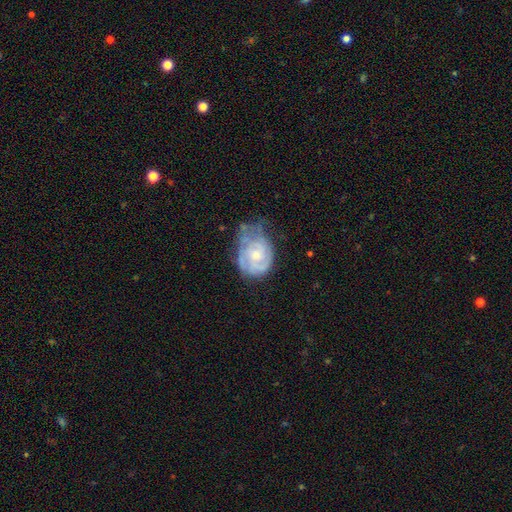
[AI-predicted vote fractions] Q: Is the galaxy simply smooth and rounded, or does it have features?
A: featured or disk — 69%.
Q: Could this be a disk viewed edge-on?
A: no — 97%.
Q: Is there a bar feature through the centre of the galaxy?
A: no — 77%.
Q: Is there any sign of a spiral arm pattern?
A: yes — 79%.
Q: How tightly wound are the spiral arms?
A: tight — 61%.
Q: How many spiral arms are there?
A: can't tell — 46%.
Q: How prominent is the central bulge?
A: small — 46%.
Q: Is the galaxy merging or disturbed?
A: none — 41%.